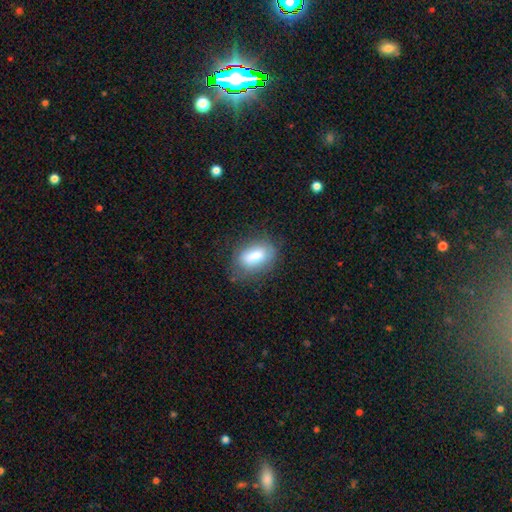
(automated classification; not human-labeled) Morphology: type=smooth (77%); roundness=in between (86%); merging=none (66%).